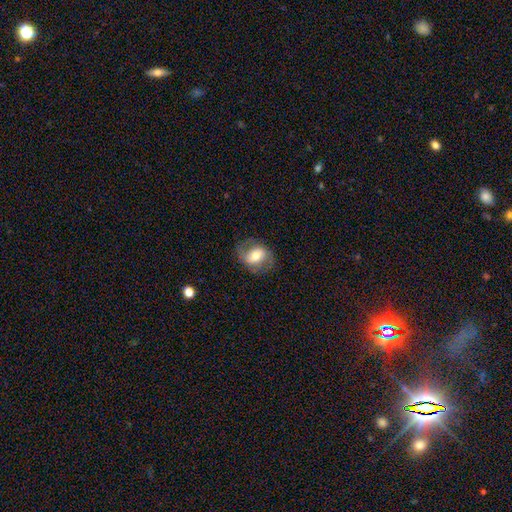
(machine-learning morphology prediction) A featured or disk galaxy (46%, tied with smooth). Merging: none (74%).